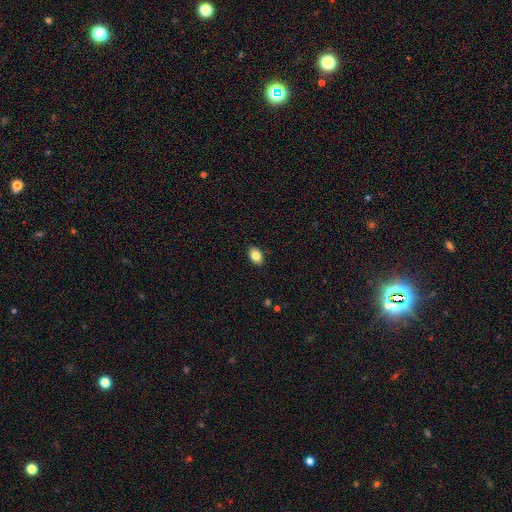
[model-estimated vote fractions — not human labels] This is clearly a smooth galaxy (84%). How rounded: clearly in between (84%). Merging: clearly none (89%).